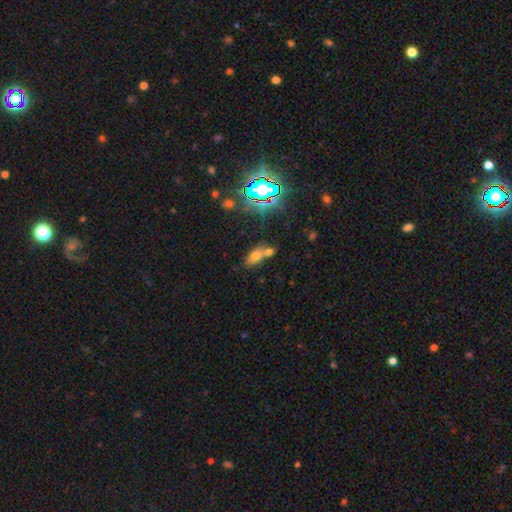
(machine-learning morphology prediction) Q: Smooth or featured?
A: smooth (61%); runner-up: star or artifact (21%)
Q: How rounded?
A: in between (80%); runner-up: round (12%)
Q: Merging?
A: merger (45%); runner-up: none (40%)